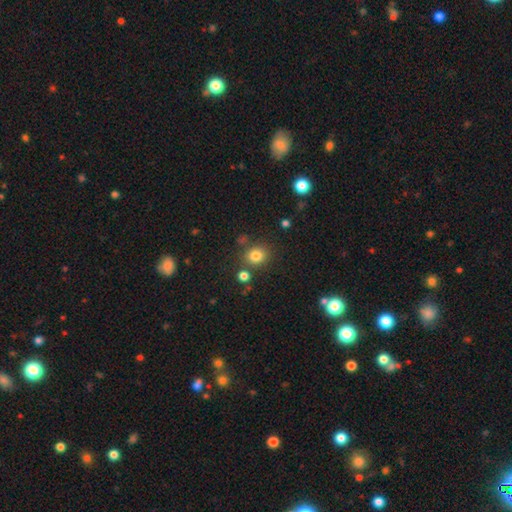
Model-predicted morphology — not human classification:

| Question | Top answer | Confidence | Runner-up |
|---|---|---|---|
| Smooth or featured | smooth | 79% | star or artifact (14%) |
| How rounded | round | 78% | in between (21%) |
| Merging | none | 78% | minor disturbance (10%) |